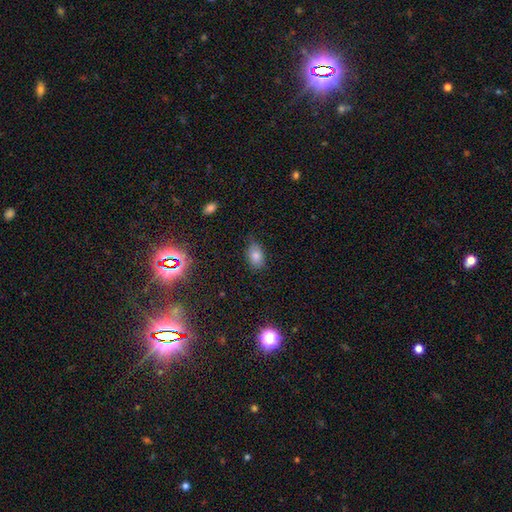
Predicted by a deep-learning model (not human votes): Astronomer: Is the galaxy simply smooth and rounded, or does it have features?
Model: smooth — 74%.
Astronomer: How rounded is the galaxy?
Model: in between — 84%.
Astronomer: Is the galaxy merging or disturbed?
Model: none — 73%.